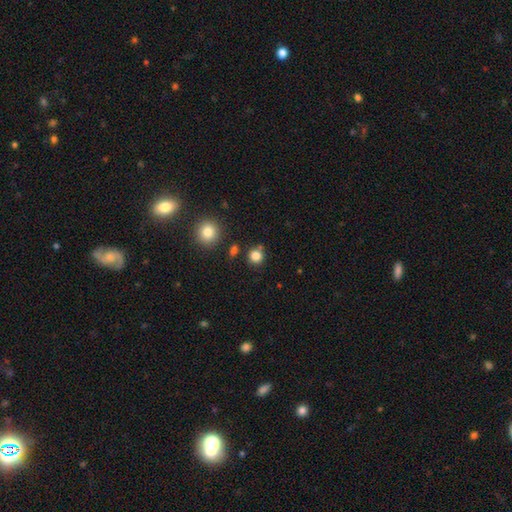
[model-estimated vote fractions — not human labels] Q: Smooth or featured?
A: smooth (83%); runner-up: star or artifact (13%)
Q: How rounded?
A: round (91%); runner-up: in between (9%)
Q: Merging?
A: none (83%); runner-up: minor disturbance (8%)